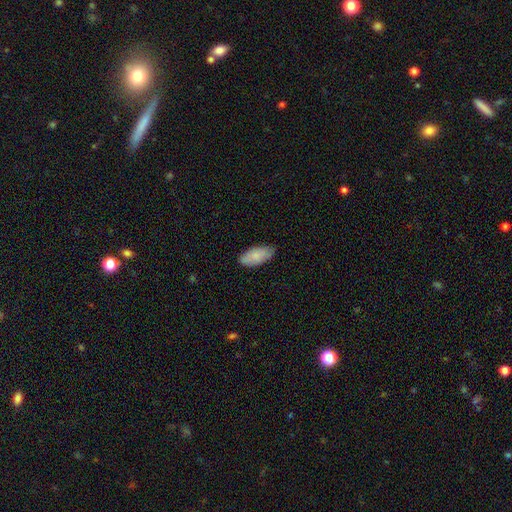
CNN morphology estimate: Smooth or featured: smooth — 83% (featured or disk — 11%)
How rounded: in between — 92% (cigar-shaped — 6%)
Merging: none — 79% (minor disturbance — 17%)